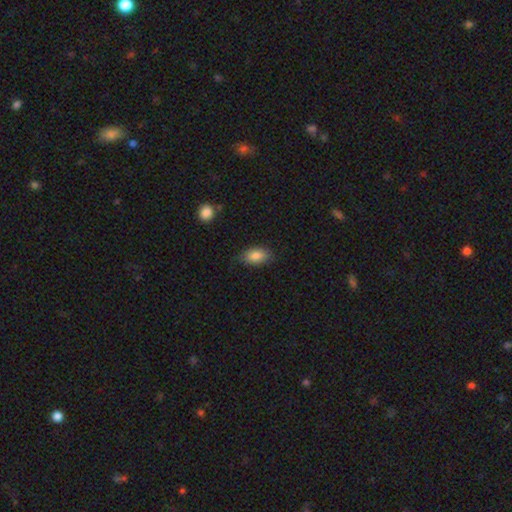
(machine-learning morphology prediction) type=smooth (84%); roundness=in between (91%); merging=none (76%).